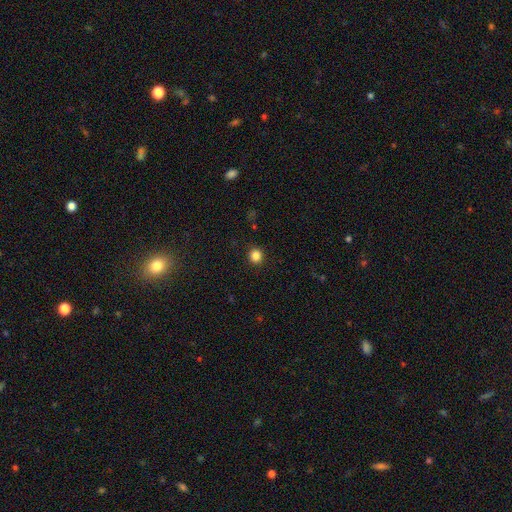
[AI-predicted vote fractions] Morphology: type=smooth (84%); roundness=round (89%); merging=none (92%).